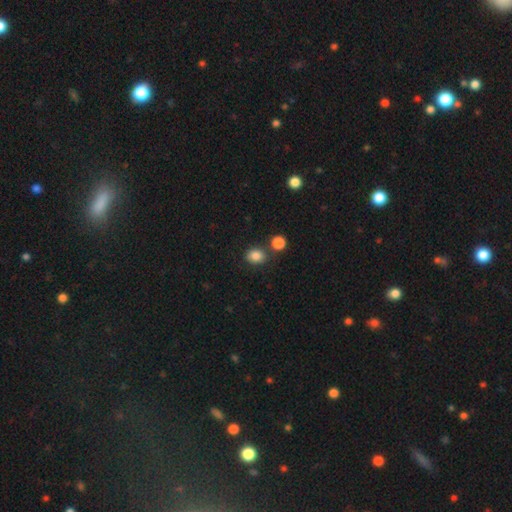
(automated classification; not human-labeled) Overall: smooth (84%). How rounded: round (55%; in between 44%). Merging: none (72%).